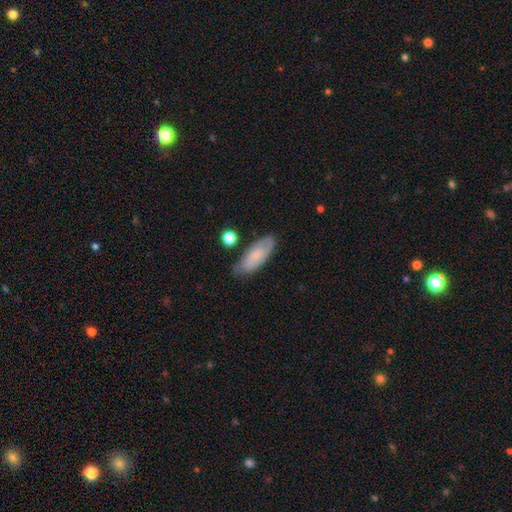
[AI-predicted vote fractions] Smooth or featured: smooth — 60% (featured or disk — 33%)
How rounded: in between — 79% (cigar-shaped — 19%)
Merging: none — 71% (minor disturbance — 21%)